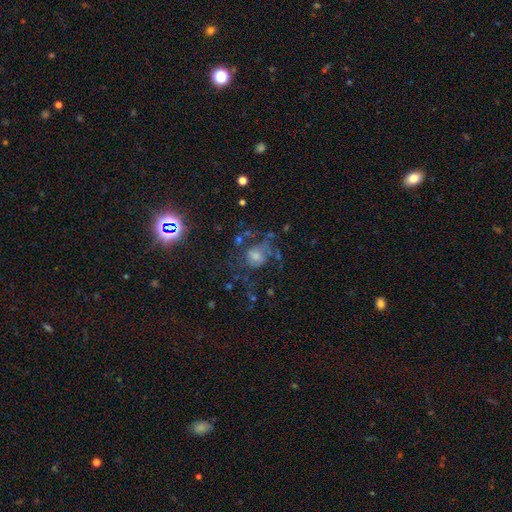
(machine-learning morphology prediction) Smooth or featured?
  - featured or disk: 51% *
  - star or artifact: 25%
  - smooth: 24%
Edge-on disk?
  - no: 97% *
  - yes: 3%
Merging?
  - none: 47% *
  - major disturbance: 31%
  - minor disturbance: 18%
  - merger: 5%